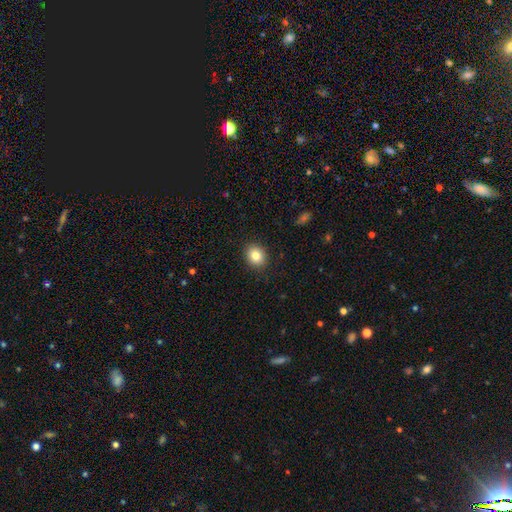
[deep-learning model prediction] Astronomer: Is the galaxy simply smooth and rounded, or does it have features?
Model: smooth — 83%.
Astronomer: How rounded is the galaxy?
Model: round — 66%.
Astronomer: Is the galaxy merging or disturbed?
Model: none — 90%.